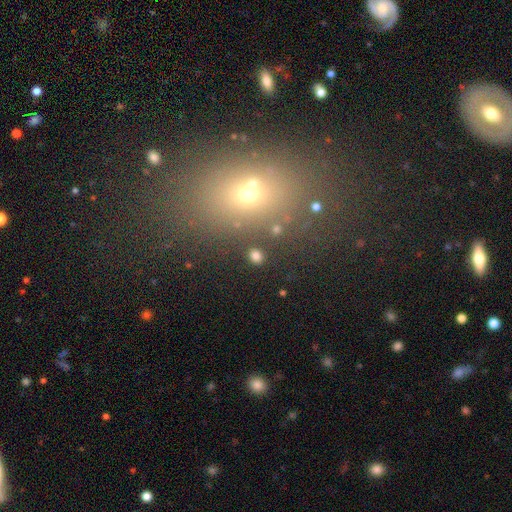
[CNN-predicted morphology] A smooth galaxy with no disk features (79%) that is round (56%).

Vote fractions:
- Smooth or featured? smooth: 79% / star or artifact: 14% / featured or disk: 6%
- How rounded? round: 56% / in between: 42% / cigar-shaped: 2%
- Merging? none: 86% / minor disturbance: 7% / merger: 3% / major disturbance: 3%